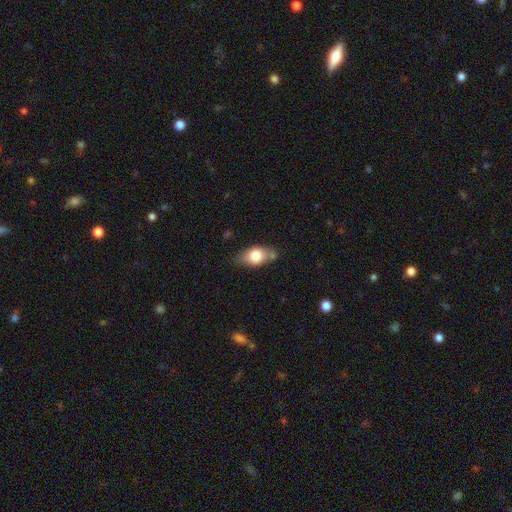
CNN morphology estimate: type=smooth (76%); roundness=in between (84%); merging=none (65%).